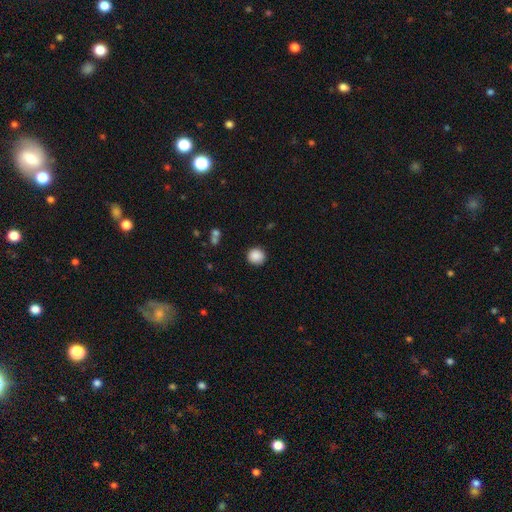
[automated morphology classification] This appears to be a smooth galaxy with no disk features (88%) that is round (93%). Merging: none (90%).